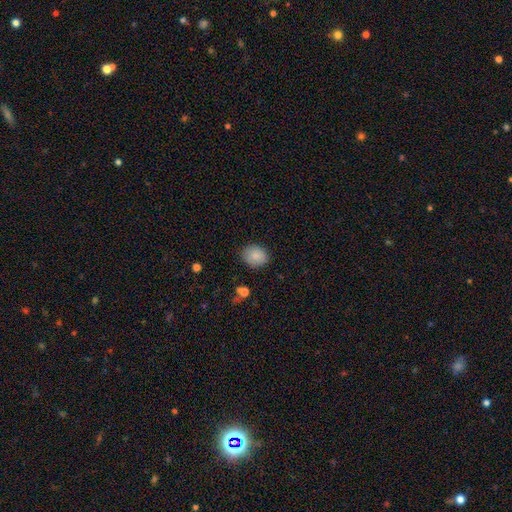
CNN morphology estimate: A smooth galaxy with no disk features (86%) that is in between round and cigar-shaped (51%). Merging: none (84%).